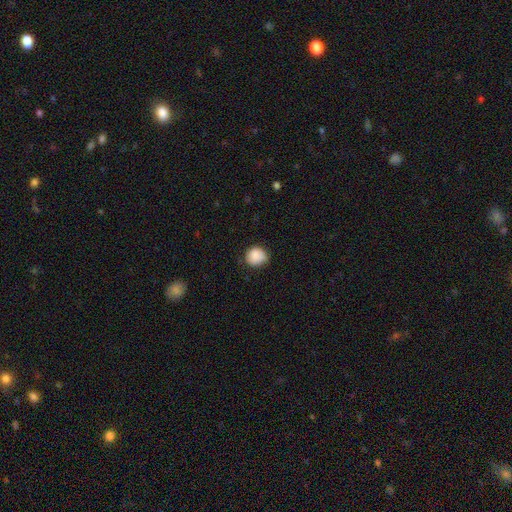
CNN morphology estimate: Overall: smooth (86%). How rounded: round (82%). Merging: none (69%).